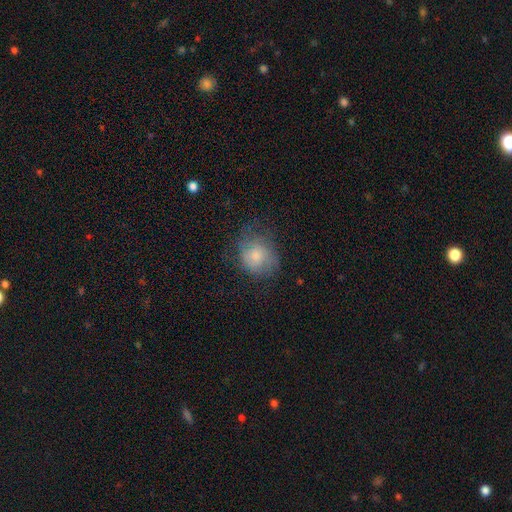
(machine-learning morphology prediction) Smooth or featured?
  - smooth: 66% *
  - featured or disk: 24%
  - star or artifact: 9%
How rounded?
  - round: 70% *
  - in between: 29%
  - cigar-shaped: 1%
Merging?
  - none: 52% *
  - minor disturbance: 27%
  - major disturbance: 19%
  - merger: 1%